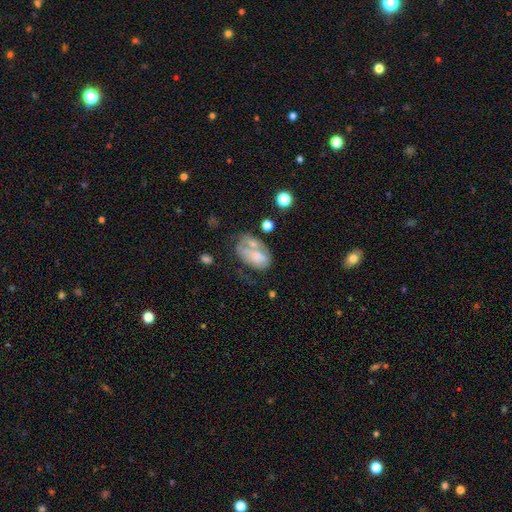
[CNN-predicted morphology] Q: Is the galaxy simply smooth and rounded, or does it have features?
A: smooth — 49%.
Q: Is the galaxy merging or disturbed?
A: major disturbance — 29%.